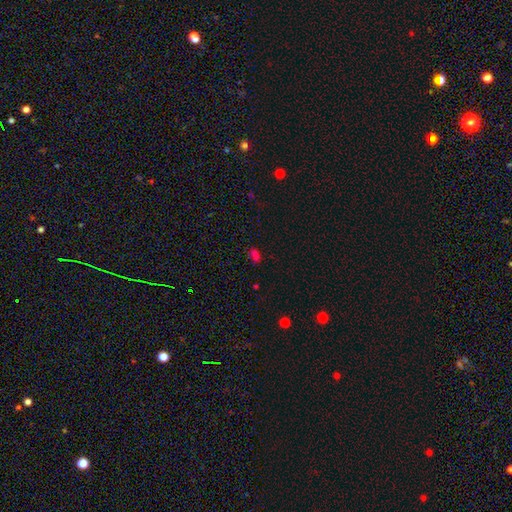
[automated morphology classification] Q: Smooth or featured?
A: smooth (57%); runner-up: star or artifact (36%)
Q: How rounded?
A: in between (82%); runner-up: round (14%)
Q: Merging?
A: none (70%); runner-up: minor disturbance (18%)